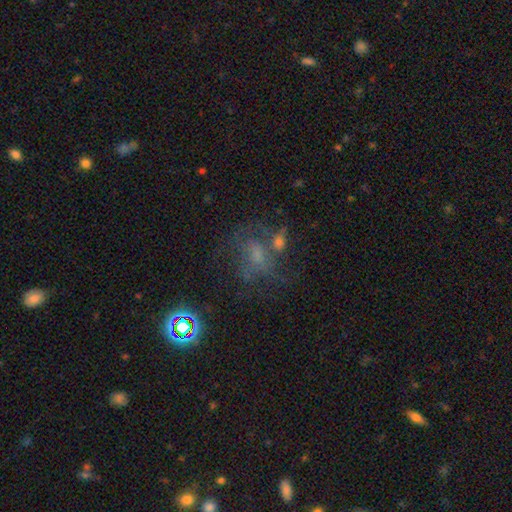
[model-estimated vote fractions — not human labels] Smooth or featured?
  - featured or disk: 42% *
  - smooth: 32%
  - star or artifact: 26%
Merging?
  - none: 44% *
  - major disturbance: 23%
  - minor disturbance: 18%
  - merger: 16%